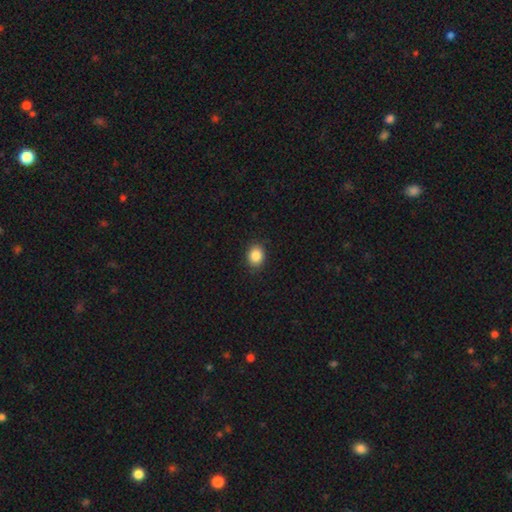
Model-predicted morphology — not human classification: smooth-or-featured: smooth: 87% | star or artifact: 9% | featured or disk: 4%
  how-rounded: round: 52% | in between: 47% | cigar-shaped: 1%
  merging: none: 88% | minor disturbance: 9% | major disturbance: 2% | merger: 1%